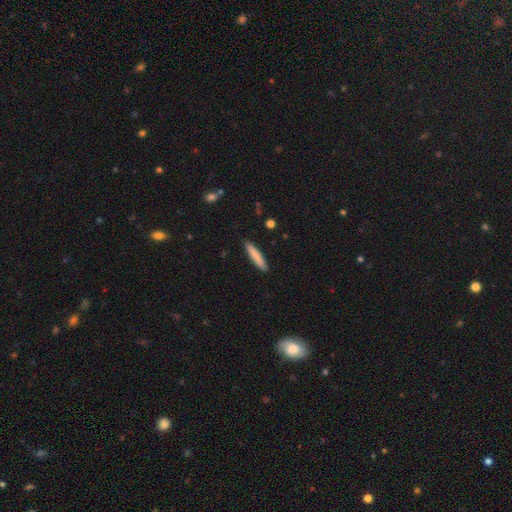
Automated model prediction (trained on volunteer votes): Smooth or featured? smooth (82%)
How rounded? cigar-shaped (91%)
Merging? none (91%)